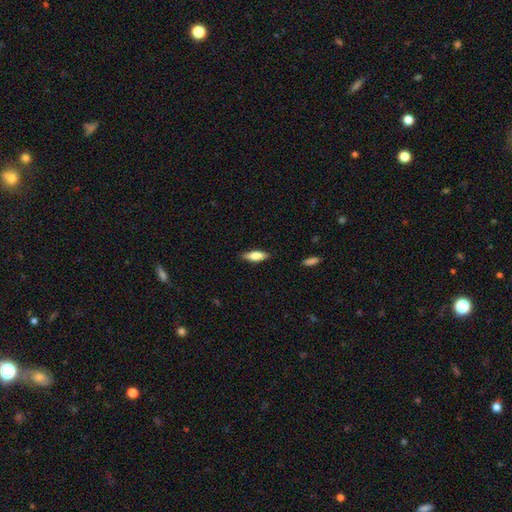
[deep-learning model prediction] A smooth galaxy with no disk features (77%) that is in between round and cigar-shaped (60%). Merging: none (86%).